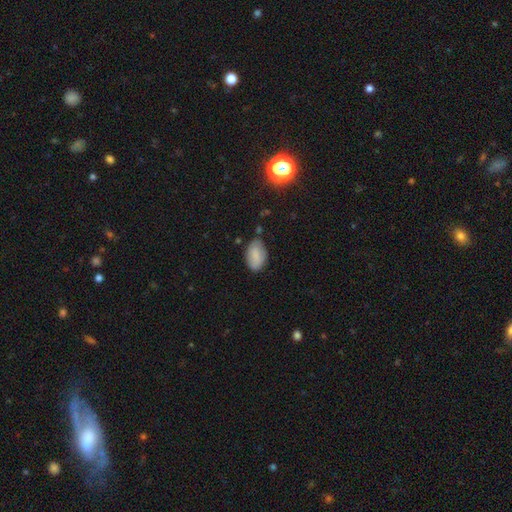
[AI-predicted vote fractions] This is clearly a smooth galaxy (82%). How rounded: clearly in between (93%). Merging: likely none (71%).